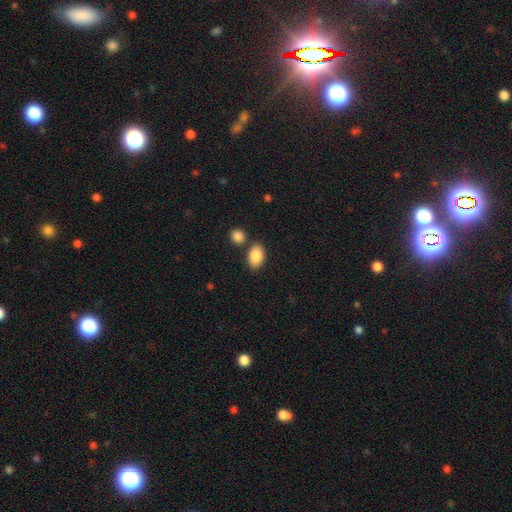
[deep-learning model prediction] Smooth or featured: smooth — 87% (star or artifact — 7%)
How rounded: in between — 90% (round — 9%)
Merging: none — 77% (minor disturbance — 11%)